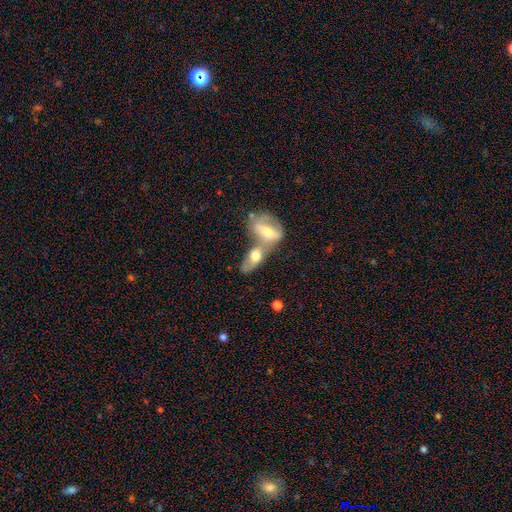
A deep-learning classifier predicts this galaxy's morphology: Smooth or featured? smooth (55%)
How rounded? in between (75%)
Merging? merger (72%)